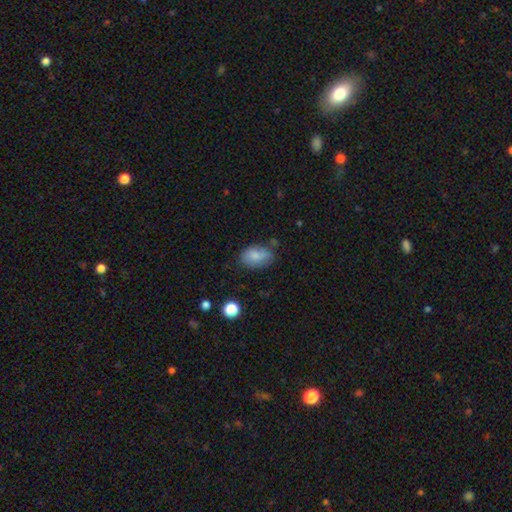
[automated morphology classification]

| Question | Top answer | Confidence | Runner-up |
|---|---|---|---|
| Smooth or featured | smooth | 81% | featured or disk (11%) |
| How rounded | in between | 89% | round (10%) |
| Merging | none | 64% | minor disturbance (25%) |